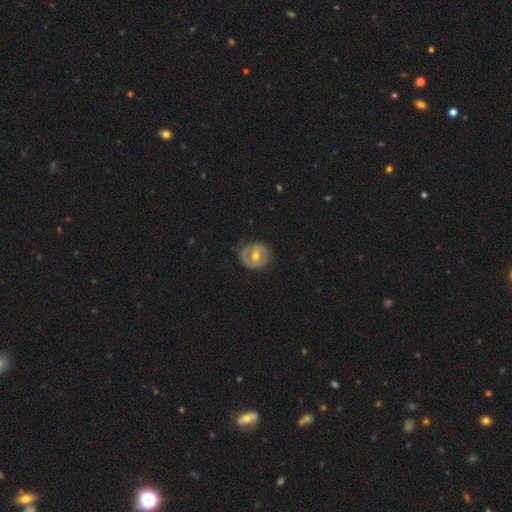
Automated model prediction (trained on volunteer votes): This is likely a featured or disk galaxy (62%). It is clearly not viewed edge-on (95%). Bar: marginally weak (40%). Spiral arm pattern: likely no (61%). Central bulge: likely moderate (78%). Merging: clearly none (80%).